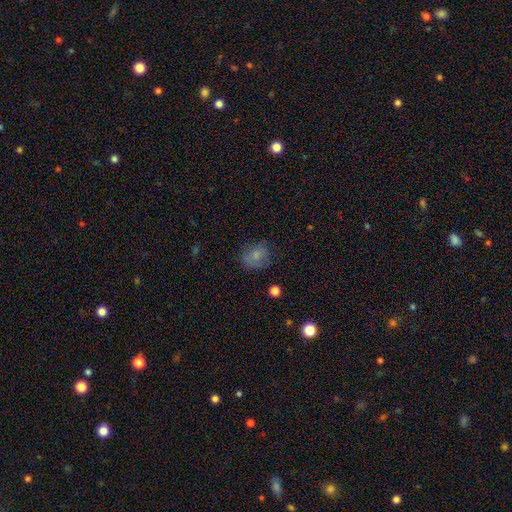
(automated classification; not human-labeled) smooth-or-featured: smooth: 74% | featured or disk: 14% | star or artifact: 12%
  how-rounded: round: 58% | in between: 41% | cigar-shaped: 1%
  merging: none: 66% | minor disturbance: 22% | major disturbance: 10% | merger: 2%